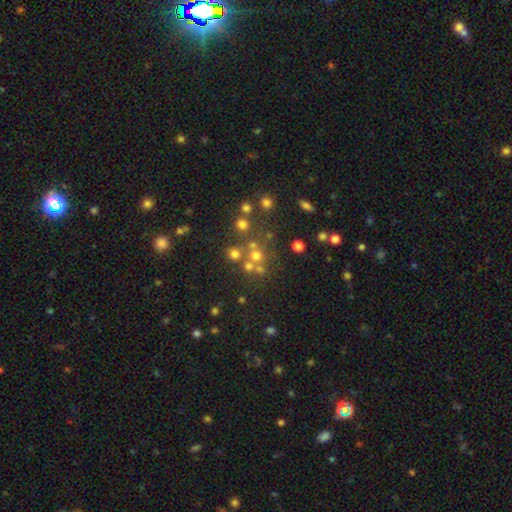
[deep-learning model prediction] A smooth galaxy with no disk features (45%). Merging: none (60%).